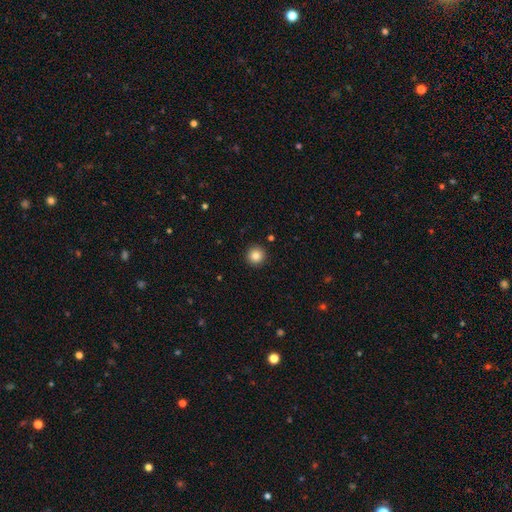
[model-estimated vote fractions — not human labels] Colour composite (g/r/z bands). It shows a smooth galaxy with no disk features (85%) that is round (96%). Merging: none (92%).